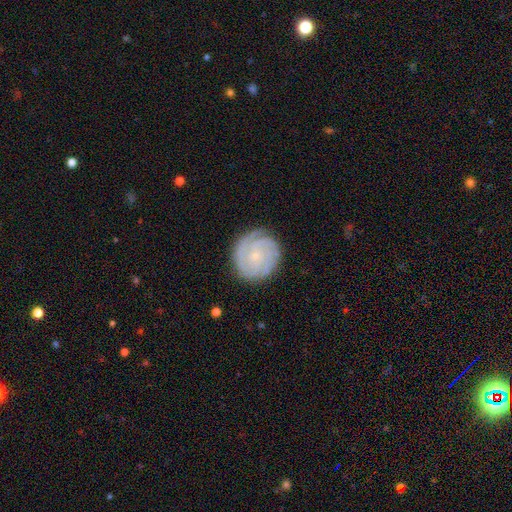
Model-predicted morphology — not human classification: Smooth or featured: featured or disk — 84% (smooth — 11%)
Edge-on disk: no — 98% (yes — 2%)
Bar: no — 79% (weak — 18%)
Spiral arms: yes — 97% (no — 3%)
Spiral winding: tight — 81% (medium — 16%)
Spiral arm count: 3 — 32% (can't tell — 21%)
Bulge size: small — 82% (moderate — 12%)
Merging: none — 82% (minor disturbance — 13%)